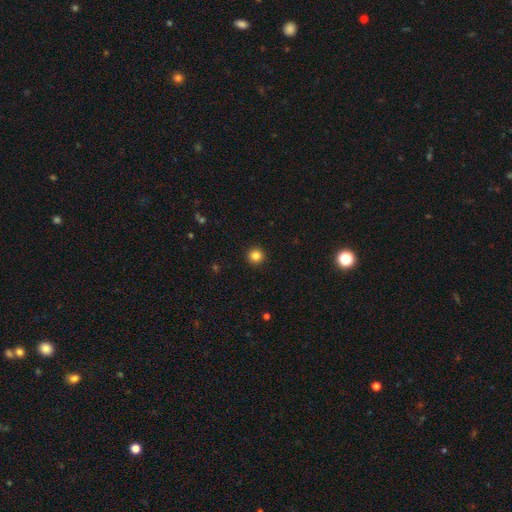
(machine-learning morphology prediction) This is clearly a smooth galaxy (85%). How rounded: clearly round (96%). Merging: clearly none (93%).